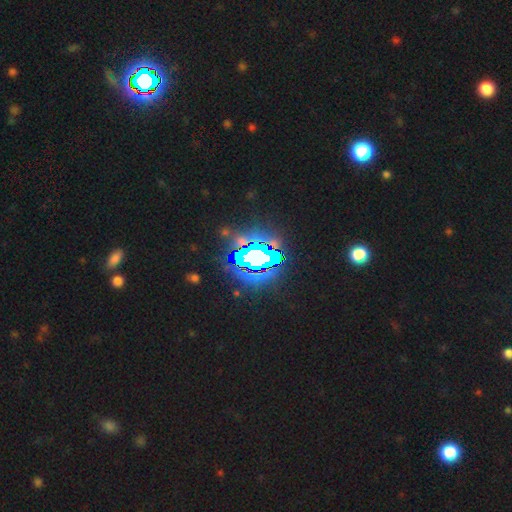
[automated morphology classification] Smooth or featured: star or artifact — 70% (featured or disk — 16%)